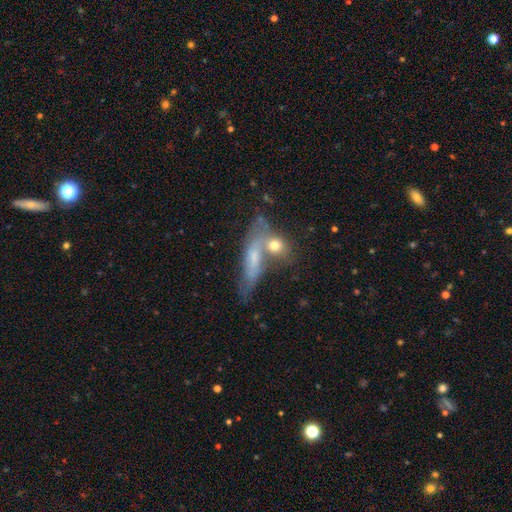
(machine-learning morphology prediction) smooth_or_featured: featured or disk (p=0.50) [alt: smooth p=0.39]
merging: none (p=0.39) [alt: merger p=0.37]